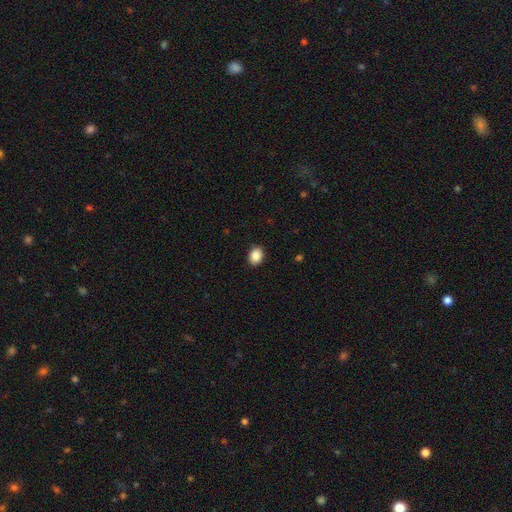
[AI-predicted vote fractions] This is clearly a smooth galaxy (88%). How rounded: possibly in between (60%). Merging: clearly none (89%).